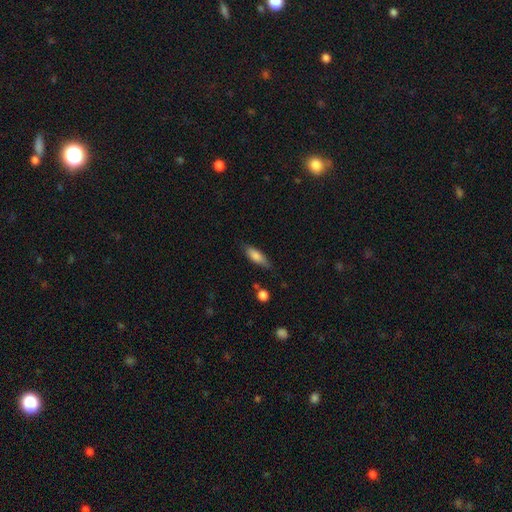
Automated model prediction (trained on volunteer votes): Morphology: type=smooth (79%); roundness=in between (56%); merging=none (75%).